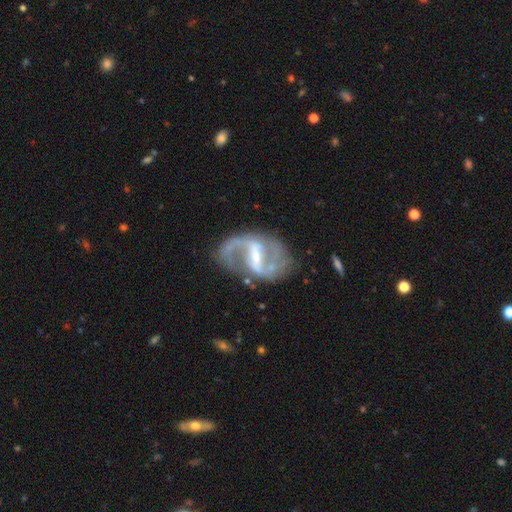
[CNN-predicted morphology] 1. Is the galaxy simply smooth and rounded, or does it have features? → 90% featured or disk, 5% star or artifact, 5% smooth.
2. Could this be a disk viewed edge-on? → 97% no, 3% yes.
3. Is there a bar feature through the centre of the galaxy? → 59% strong, 34% weak, 7% no.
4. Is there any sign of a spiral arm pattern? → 95% yes, 5% no.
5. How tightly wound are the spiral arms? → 48% medium, 39% loose, 12% tight.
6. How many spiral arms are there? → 91% 2, 3% can't tell, 2% 1, 2% 3, 1% 4, 1% more than 4.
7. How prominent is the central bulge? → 49% small, 38% moderate, 8% none, 4% large, 1% dominant.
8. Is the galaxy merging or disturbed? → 71% none, 16% minor disturbance, 10% major disturbance, 3% merger.